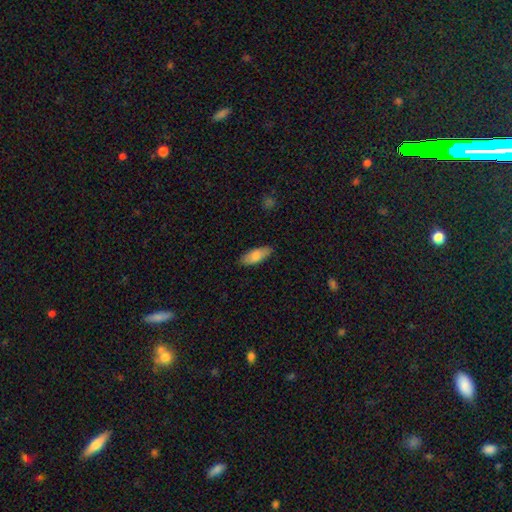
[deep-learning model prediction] Smooth or featured? Predicted: smooth (p=0.79). How rounded? Predicted: in between (p=0.76). Merging? Predicted: none (p=0.86).